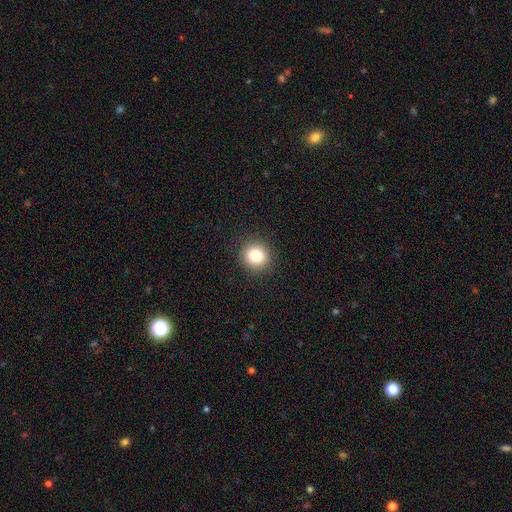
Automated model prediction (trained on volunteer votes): Q: Smooth or featured?
A: smooth (83%); runner-up: star or artifact (11%)
Q: How rounded?
A: round (89%); runner-up: in between (10%)
Q: Merging?
A: none (91%); runner-up: minor disturbance (6%)